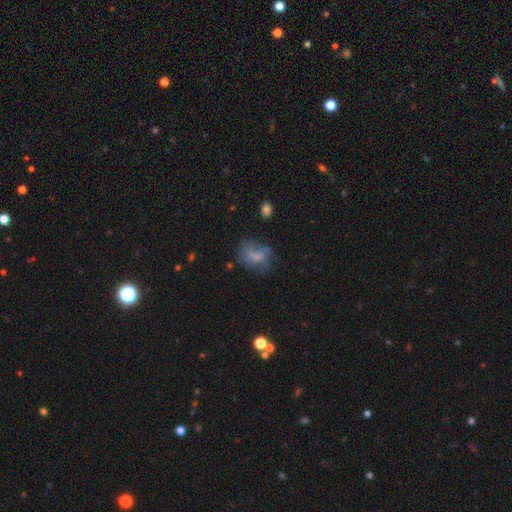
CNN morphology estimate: Overall: smooth (47%; featured or disk 40%). Merging: none (44%; major disturbance 26%).